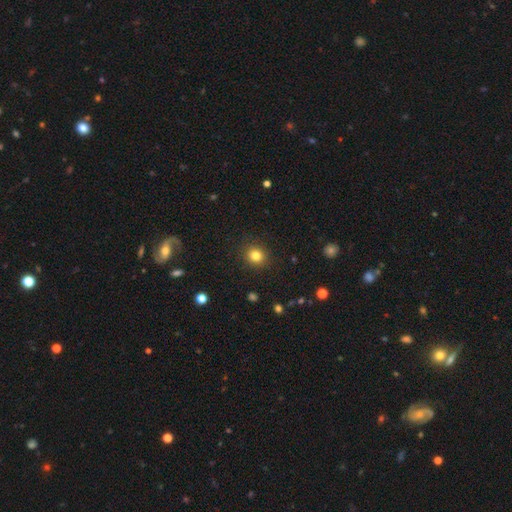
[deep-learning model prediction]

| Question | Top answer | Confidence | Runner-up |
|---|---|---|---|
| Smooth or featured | smooth | 82% | star or artifact (13%) |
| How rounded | round | 86% | in between (13%) |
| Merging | none | 90% | minor disturbance (6%) |